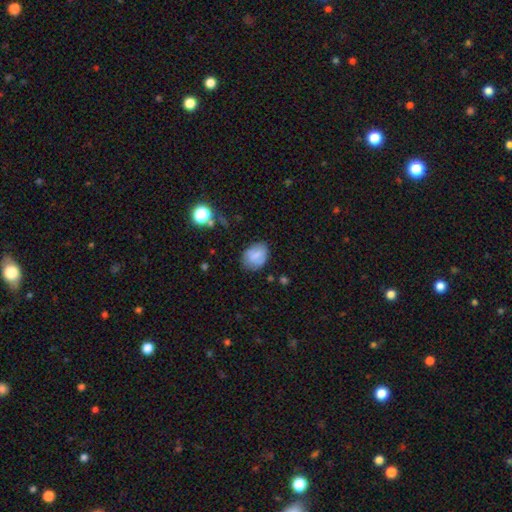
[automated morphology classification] Smooth or featured? Predicted: smooth (p=0.74). How rounded? Predicted: in between (p=0.63). Merging? Predicted: none (p=0.69).